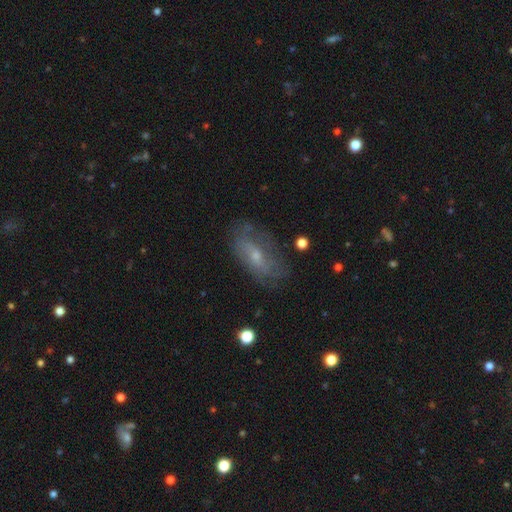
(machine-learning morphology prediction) A featured or disk galaxy (51%).

Vote fractions:
- Smooth or featured? featured or disk: 51% / smooth: 39% / star or artifact: 11%
- Edge-on disk? no: 85% / yes: 15%
- Merging? none: 65% / minor disturbance: 22% / major disturbance: 10% / merger: 2%